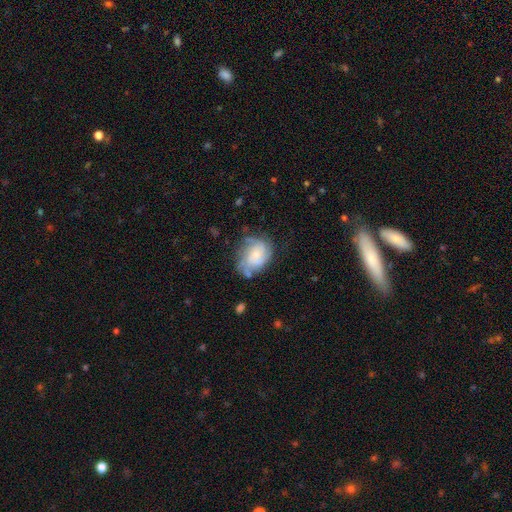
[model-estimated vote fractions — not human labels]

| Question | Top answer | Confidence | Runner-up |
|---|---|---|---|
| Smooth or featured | featured or disk | 61% | smooth (31%) |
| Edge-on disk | no | 97% | yes (3%) |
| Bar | no | 75% | weak (22%) |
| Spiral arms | yes | 85% | no (15%) |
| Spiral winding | tight | 44% | medium (38%) |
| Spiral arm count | can't tell | 36% | 3 (25%) |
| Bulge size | small | 58% | moderate (29%) |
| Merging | none | 54% | minor disturbance (27%) |